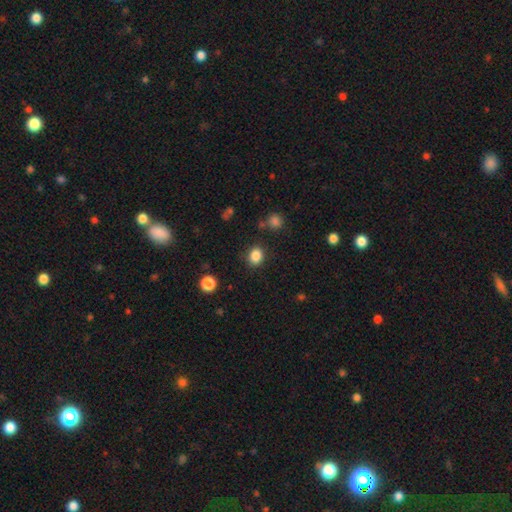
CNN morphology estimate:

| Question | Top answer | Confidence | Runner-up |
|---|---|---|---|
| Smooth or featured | smooth | 85% | star or artifact (11%) |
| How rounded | round | 59% | in between (40%) |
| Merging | none | 85% | minor disturbance (9%) |